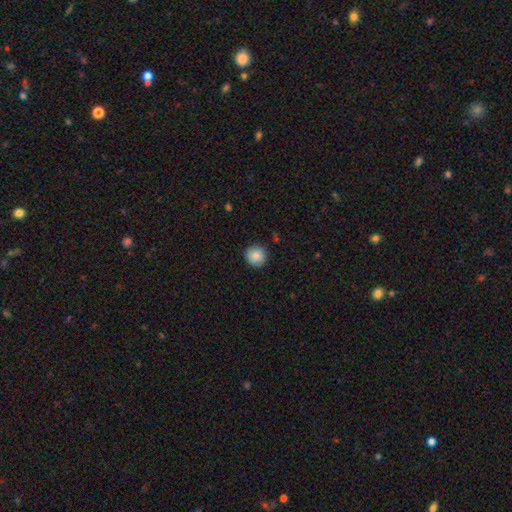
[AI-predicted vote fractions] This is clearly a smooth galaxy (86%). How rounded: clearly round (94%). Merging: clearly none (88%).